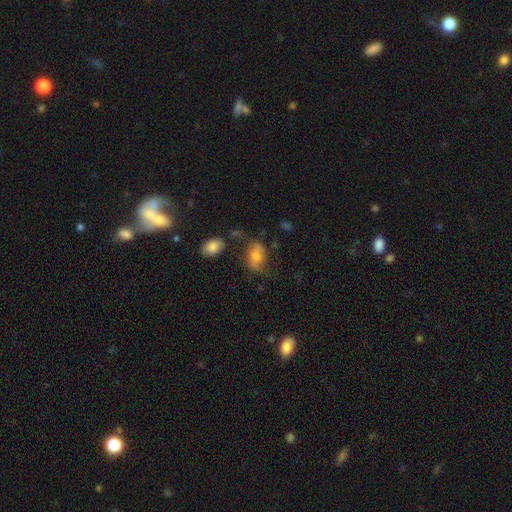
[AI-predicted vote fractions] Smooth or featured: smooth — 57% (featured or disk — 32%)
How rounded: in between — 84% (round — 13%)
Merging: none — 57% (minor disturbance — 24%)